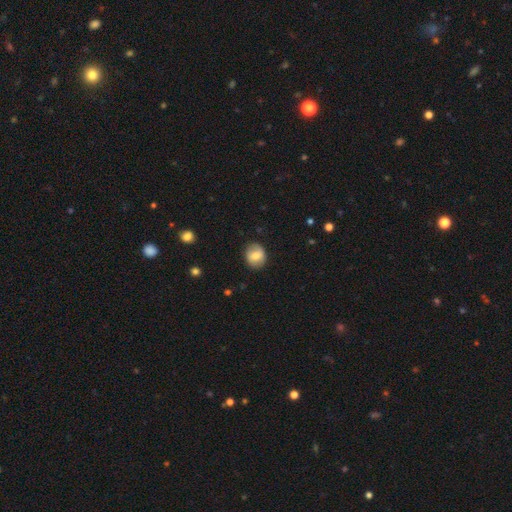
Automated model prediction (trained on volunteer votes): Q: Smooth or featured?
A: smooth (71%); runner-up: featured or disk (21%)
Q: How rounded?
A: round (68%); runner-up: in between (31%)
Q: Merging?
A: none (82%); runner-up: minor disturbance (13%)